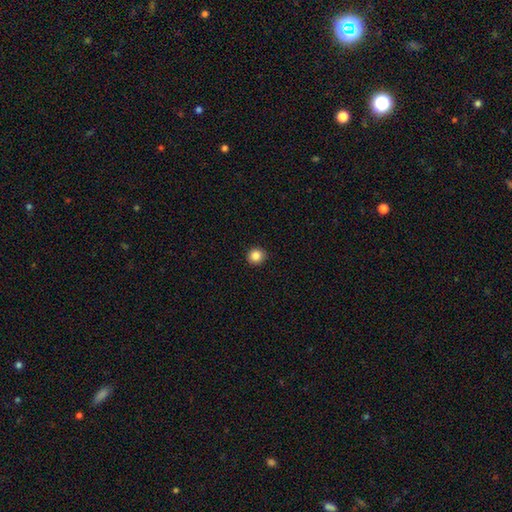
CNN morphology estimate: Smooth or featured? Predicted: smooth (p=0.85). How rounded? Predicted: round (p=0.92). Merging? Predicted: none (p=0.92).